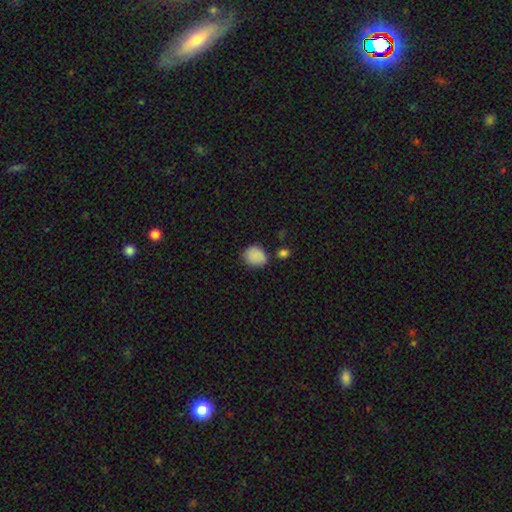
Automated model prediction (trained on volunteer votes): Smooth or featured?
  - smooth: 86% *
  - star or artifact: 9%
  - featured or disk: 5%
How rounded?
  - round: 61% *
  - in between: 38%
  - cigar-shaped: 1%
Merging?
  - none: 68% *
  - minor disturbance: 21%
  - merger: 6%
  - major disturbance: 5%